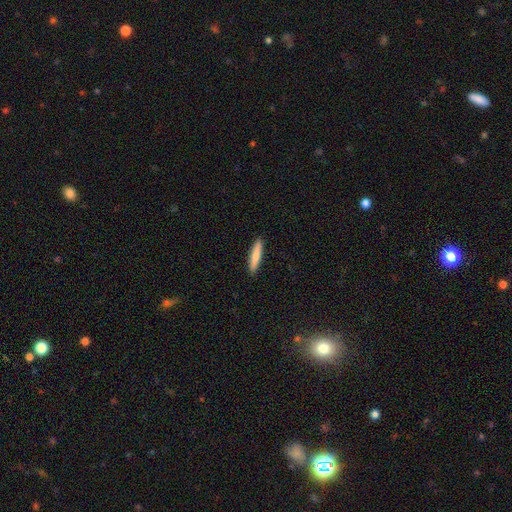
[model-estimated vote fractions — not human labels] Morphology: type=smooth (79%); roundness=cigar-shaped (89%); merging=none (91%).